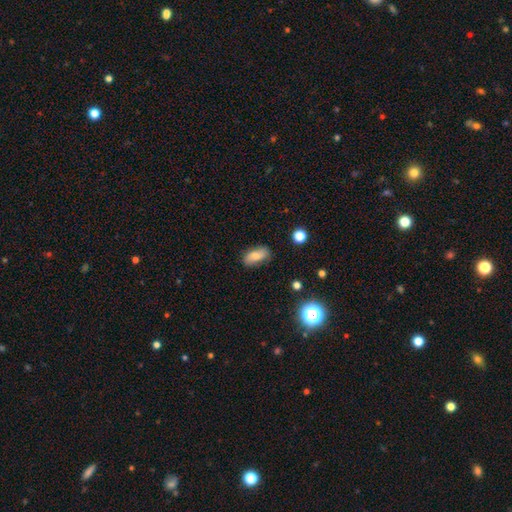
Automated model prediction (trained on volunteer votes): A smooth galaxy with no disk features (79%) that is in between round and cigar-shaped (86%). Merging: none (78%).